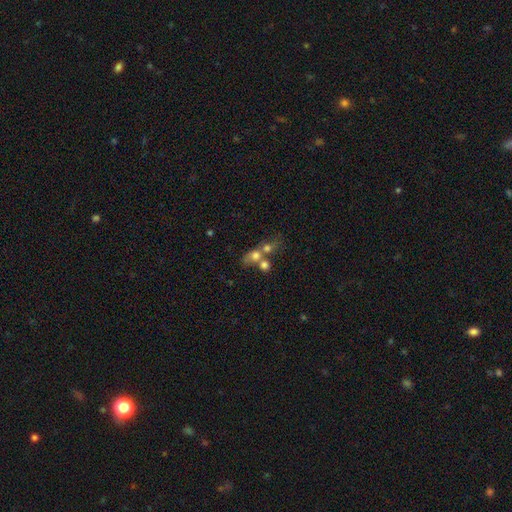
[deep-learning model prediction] The model was most divided on "how rounded": round: 58%, in between: 38%, cigar-shaped: 4%. More confident: smooth or featured — smooth (65%); merging — merger (62%).